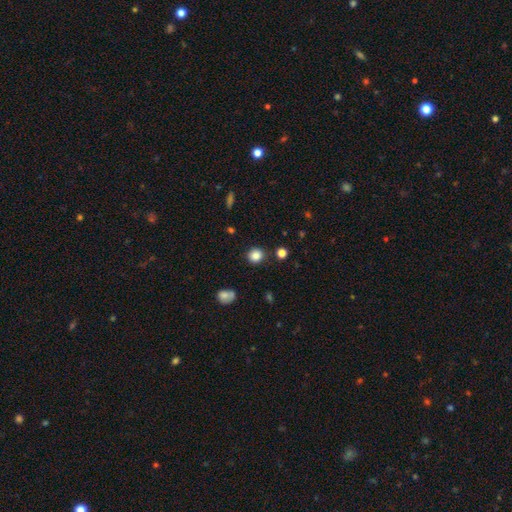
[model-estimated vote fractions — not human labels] Smooth or featured? smooth (85%)
How rounded? round (86%)
Merging? none (87%)